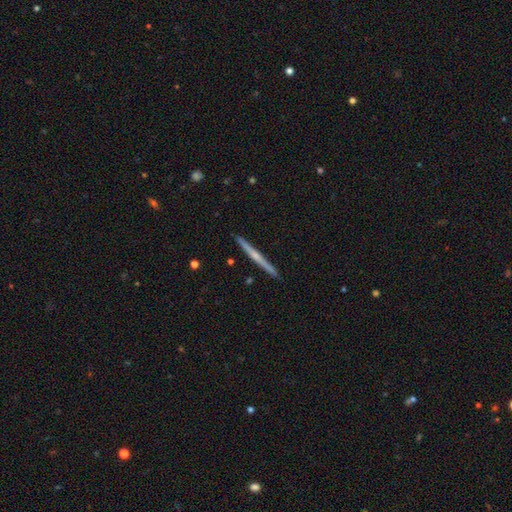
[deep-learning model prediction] smooth_or_featured: featured or disk (p=0.68) [alt: smooth p=0.27]
disk_edge_on: yes (p=0.98) [alt: no p=0.02]
edge_on_bulge: rounded (p=0.53) [alt: none p=0.42]
merging: none (p=0.93) [alt: minor disturbance p=0.05]